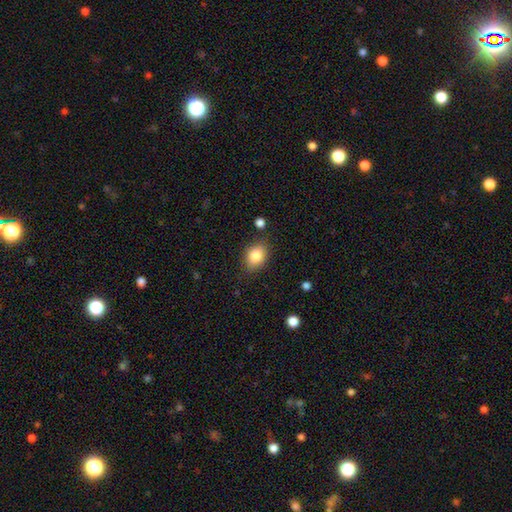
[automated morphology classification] smooth-or-featured: smooth: 83% | star or artifact: 9% | featured or disk: 8%
  how-rounded: in between: 67% | round: 32% | cigar-shaped: 1%
  merging: none: 82% | minor disturbance: 13% | major disturbance: 3% | merger: 2%